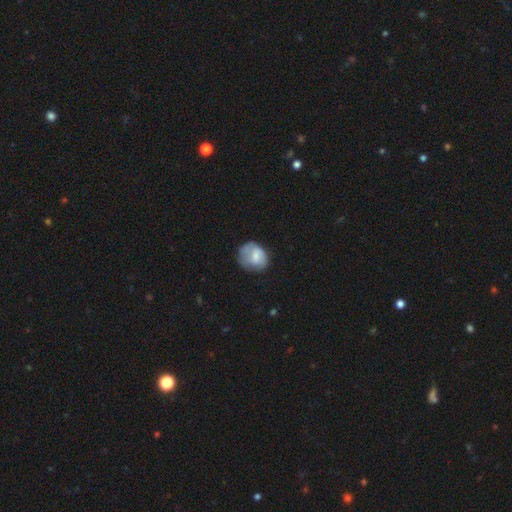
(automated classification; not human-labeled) Overall: smooth (68%). How rounded: round (58%; in between 41%). Merging: none (50%; minor disturbance 31%).